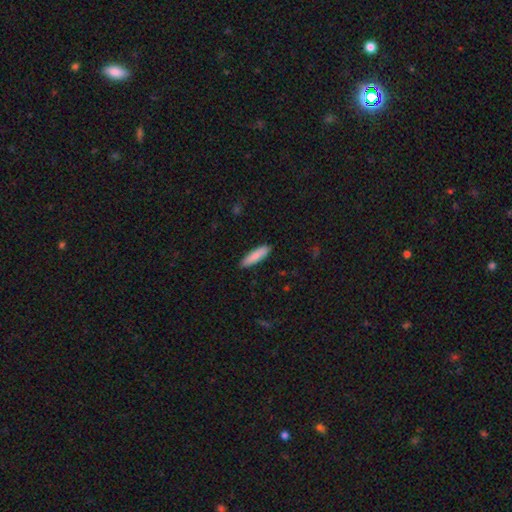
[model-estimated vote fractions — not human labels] Q: Smooth or featured?
A: smooth (86%); runner-up: featured or disk (8%)
Q: How rounded?
A: cigar-shaped (71%); runner-up: in between (28%)
Q: Merging?
A: none (90%); runner-up: minor disturbance (7%)